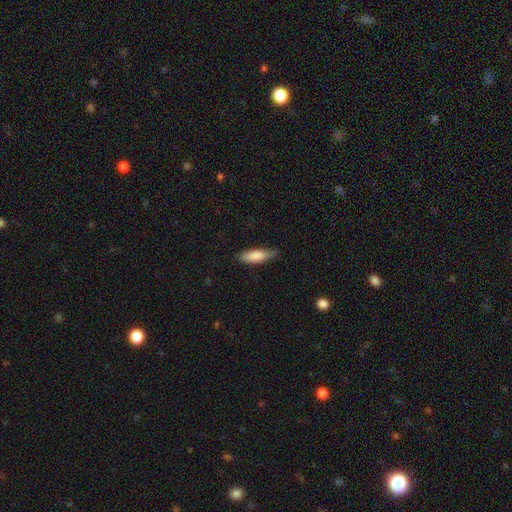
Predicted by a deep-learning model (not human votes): Overall: smooth (82%). How rounded: in between (50%; cigar-shaped 48%). Merging: none (70%).